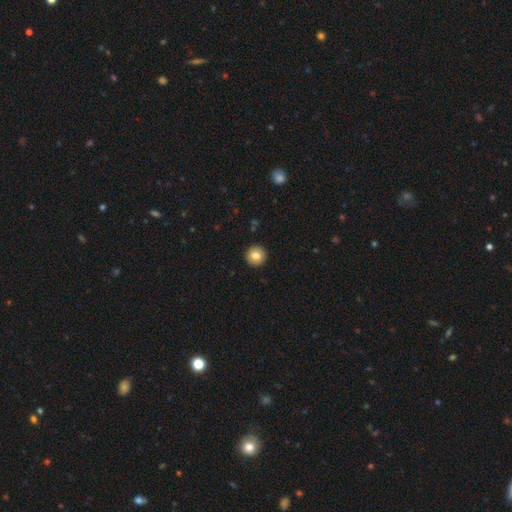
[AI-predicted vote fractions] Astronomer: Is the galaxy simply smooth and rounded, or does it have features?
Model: smooth — 80%.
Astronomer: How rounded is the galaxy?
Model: round — 95%.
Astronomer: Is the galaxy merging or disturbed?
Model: none — 93%.